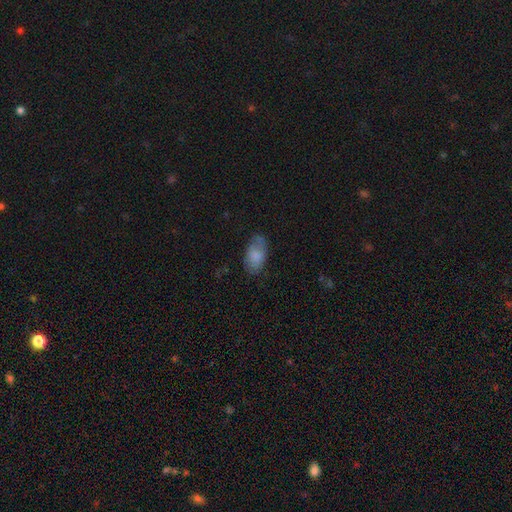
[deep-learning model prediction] Smooth or featured?
  - smooth: 78% *
  - featured or disk: 15%
  - star or artifact: 7%
How rounded?
  - in between: 94% *
  - round: 4%
  - cigar-shaped: 2%
Merging?
  - none: 70% *
  - minor disturbance: 23%
  - major disturbance: 6%
  - merger: 1%